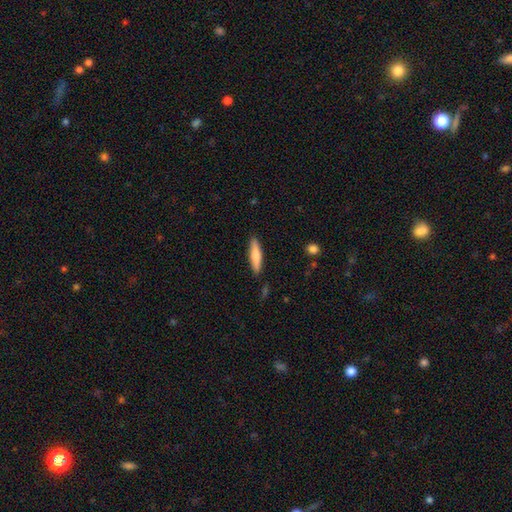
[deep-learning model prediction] Smooth or featured: smooth — 75% (featured or disk — 20%)
How rounded: cigar-shaped — 80% (in between — 18%)
Merging: none — 88% (minor disturbance — 9%)